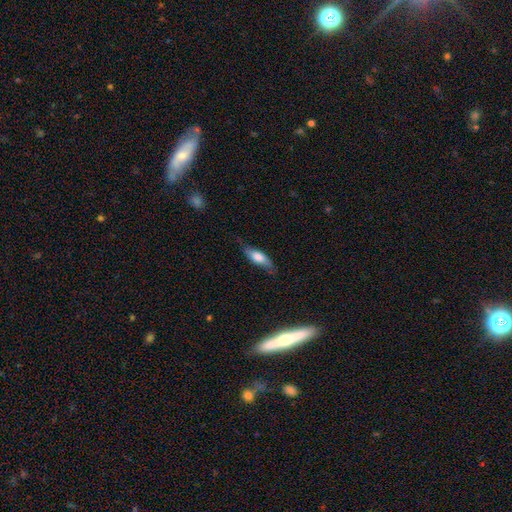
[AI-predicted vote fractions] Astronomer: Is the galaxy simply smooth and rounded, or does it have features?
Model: smooth — 64%.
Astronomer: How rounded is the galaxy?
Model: in between — 56% (runner-up: cigar-shaped, 42%).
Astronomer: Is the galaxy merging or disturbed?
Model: none — 68%.